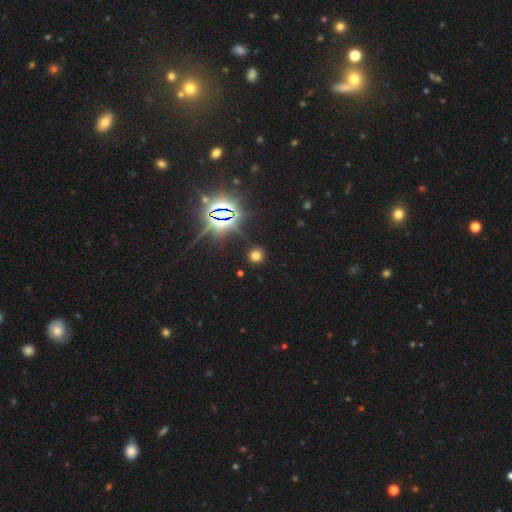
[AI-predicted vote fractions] Smooth or featured? Predicted: smooth (p=0.59). How rounded? Predicted: round (p=0.88). Merging? Predicted: none (p=0.86).